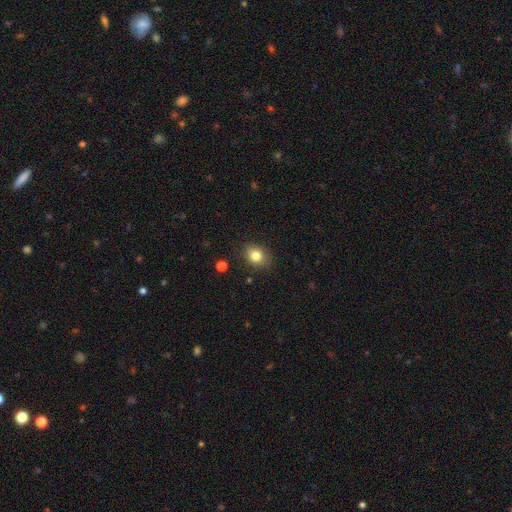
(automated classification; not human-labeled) The model was most divided on "how rounded": round: 50%, in between: 49%, cigar-shaped: 1%. More confident: merging — none (86%); smooth or featured — smooth (82%).